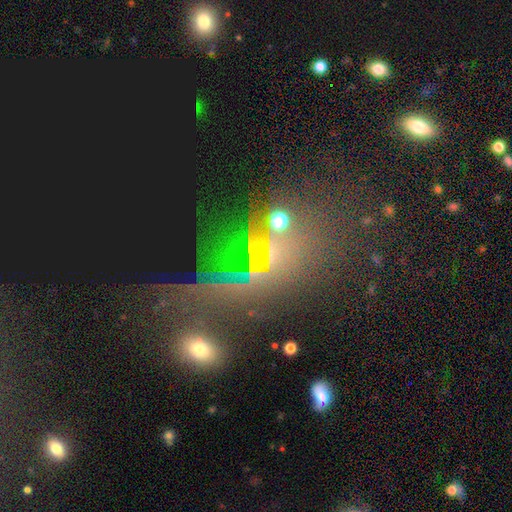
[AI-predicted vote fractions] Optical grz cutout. It shows a star or artifact, not a galaxy (56%).